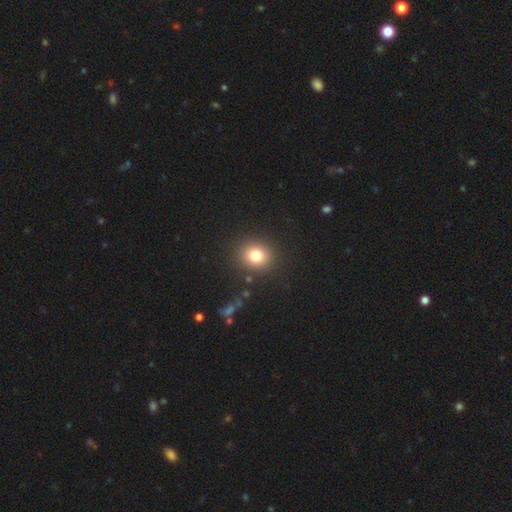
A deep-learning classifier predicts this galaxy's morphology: Smooth or featured?
  - smooth: 79% *
  - star or artifact: 13%
  - featured or disk: 8%
How rounded?
  - round: 78% *
  - in between: 21%
  - cigar-shaped: 1%
Merging?
  - none: 88% *
  - minor disturbance: 7%
  - major disturbance: 3%
  - merger: 2%